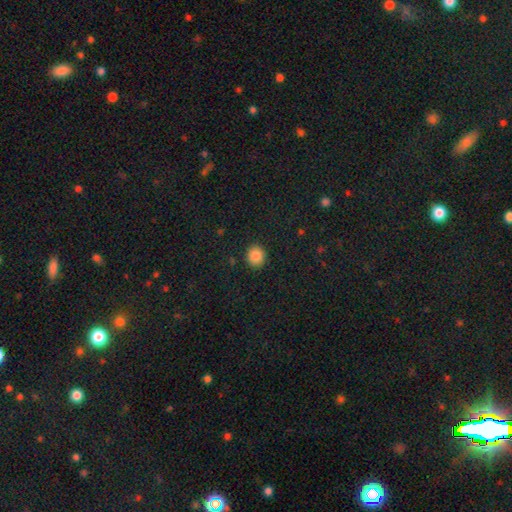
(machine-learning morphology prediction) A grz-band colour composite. It shows a smooth galaxy with no disk features (86%) that is round (80%). Merging: none (91%).